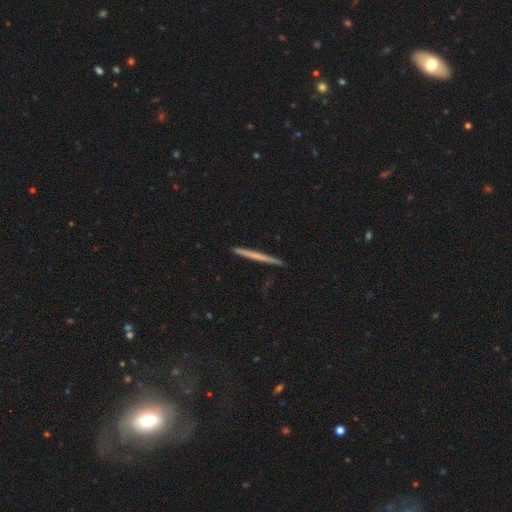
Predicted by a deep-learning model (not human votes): A smooth galaxy with no disk features (49%). Merging: none (91%).